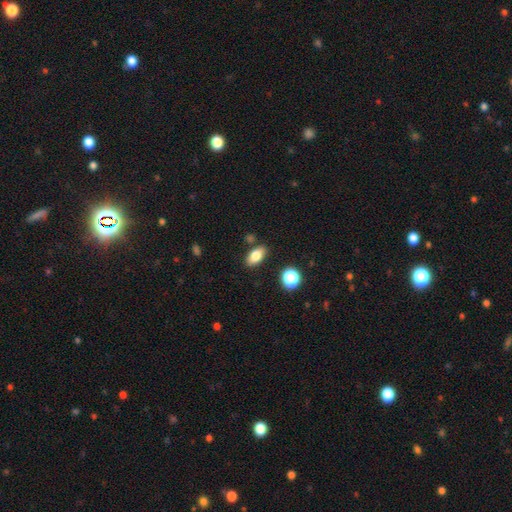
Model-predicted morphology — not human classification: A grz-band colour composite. It shows a smooth galaxy with no disk features (79%) that is in between round and cigar-shaped (85%). Merging: none (82%).